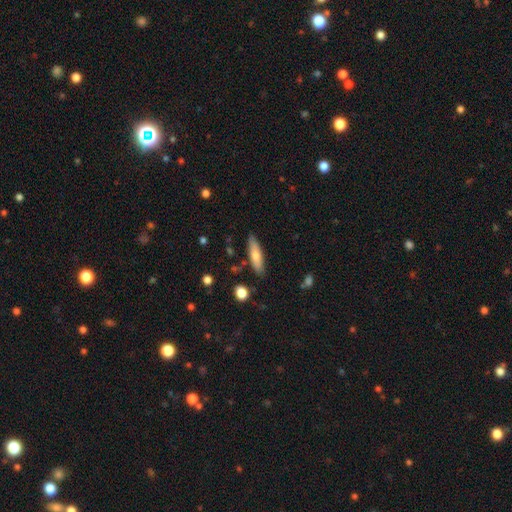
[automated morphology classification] The model was most divided on "how rounded": cigar-shaped: 67%, in between: 31%, round: 2%. More confident: merging — none (84%); smooth or featured — smooth (69%).